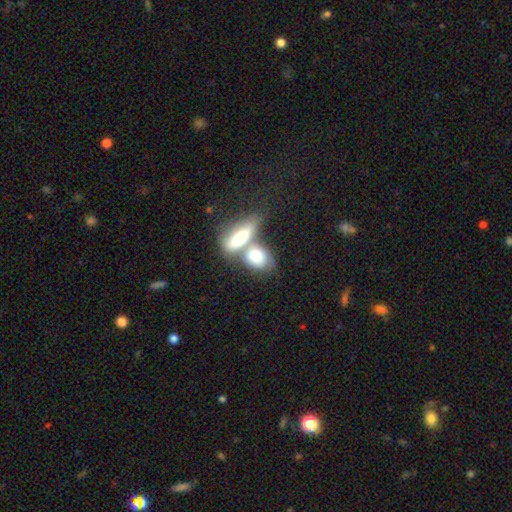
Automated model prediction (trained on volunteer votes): A smooth galaxy with no disk features (71%) that is in between round and cigar-shaped (72%). Merging: merger (61%).